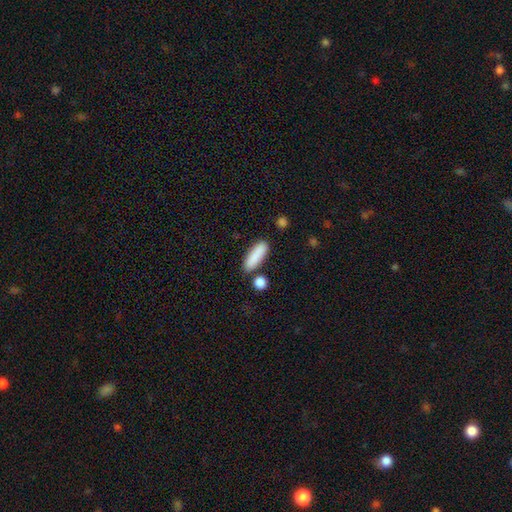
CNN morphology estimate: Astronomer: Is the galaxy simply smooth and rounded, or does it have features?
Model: smooth — 87%.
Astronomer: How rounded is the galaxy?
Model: cigar-shaped — 56% (runner-up: in between, 41%).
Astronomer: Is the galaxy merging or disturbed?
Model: none — 79%.